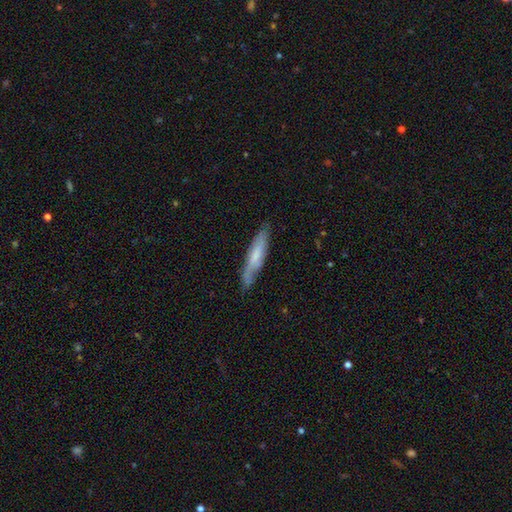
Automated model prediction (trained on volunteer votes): Smooth or featured? featured or disk (50%)
Merging? none (73%)